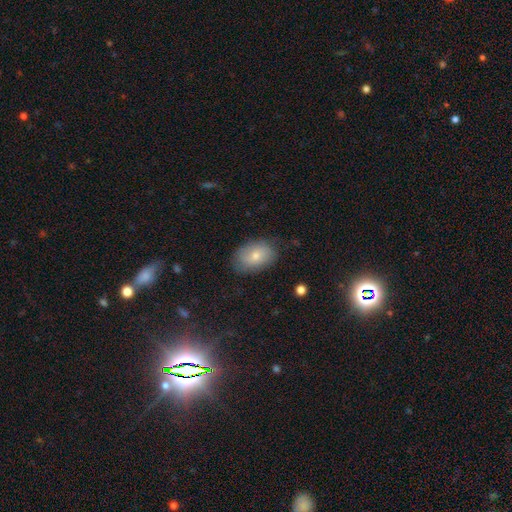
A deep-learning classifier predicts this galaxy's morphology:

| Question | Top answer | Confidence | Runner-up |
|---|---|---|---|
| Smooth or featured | smooth | 74% | featured or disk (18%) |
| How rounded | in between | 85% | round (13%) |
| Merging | none | 77% | minor disturbance (17%) |